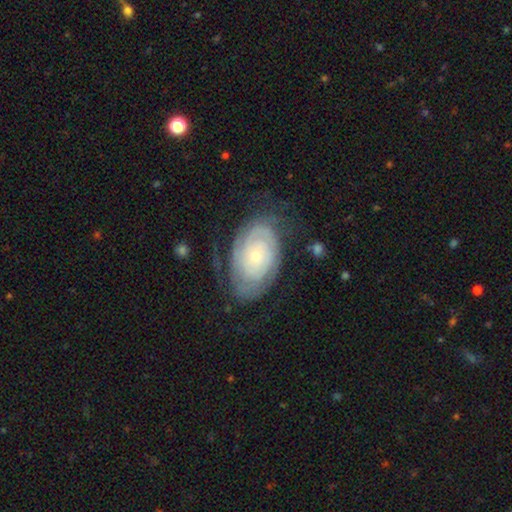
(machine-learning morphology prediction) A featured or disk galaxy (80%) with no bar (84%), tight (79%) spiral arms (90%) and a small central bulge (71%). Merging: none (68%).